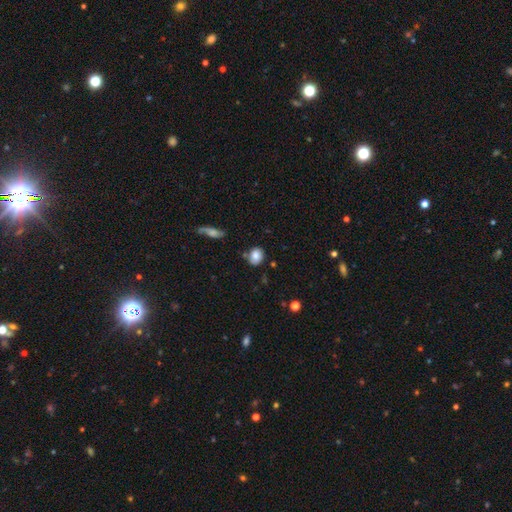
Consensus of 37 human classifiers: Q: Smooth or featured?
A: smooth (84%); runner-up: featured or disk (14%)
Q: How rounded?
A: round (52%); runner-up: in between (48%)
Q: Merging?
A: none (75%); runner-up: merger (11%)